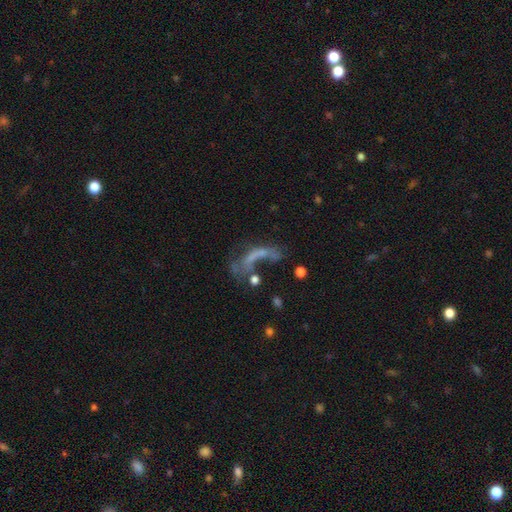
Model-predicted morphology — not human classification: Q: Smooth or featured?
A: featured or disk (51%); runner-up: smooth (29%)
Q: Edge-on disk?
A: no (89%); runner-up: yes (11%)
Q: Merging?
A: major disturbance (40%); runner-up: merger (27%)